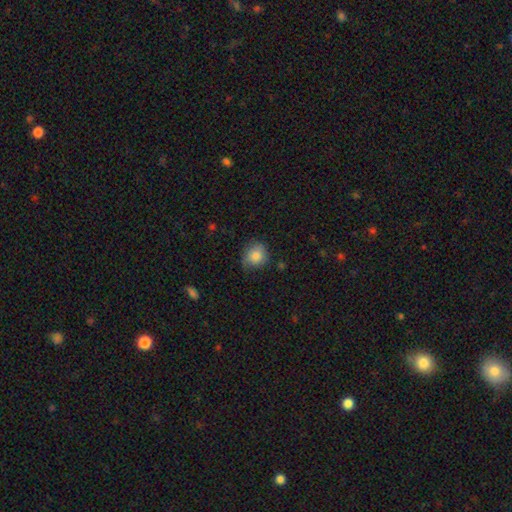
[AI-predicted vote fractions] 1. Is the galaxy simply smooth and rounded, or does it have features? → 82% smooth, 9% featured or disk, 9% star or artifact.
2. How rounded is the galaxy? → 80% round, 19% in between, 1% cigar-shaped.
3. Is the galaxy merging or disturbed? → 64% none, 29% minor disturbance, 6% major disturbance, 2% merger.